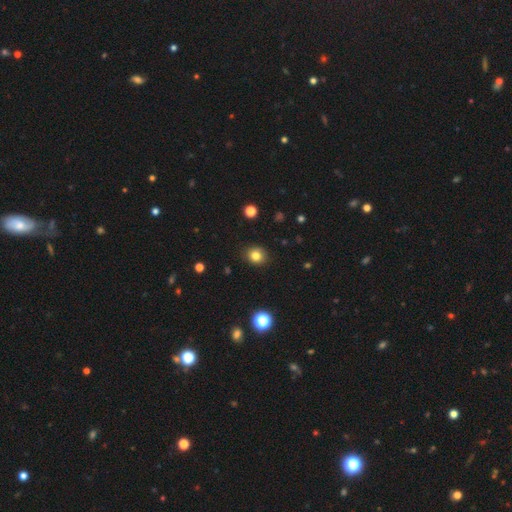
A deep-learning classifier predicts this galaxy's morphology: The model was most divided on "how rounded": round: 80%, in between: 19%, cigar-shaped: 1%. More confident: merging — none (89%); smooth or featured — smooth (81%).